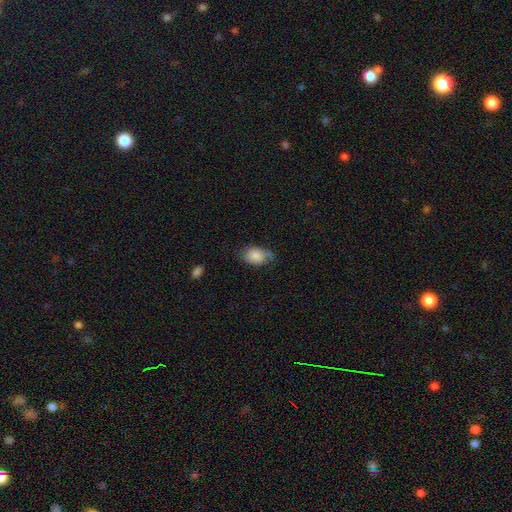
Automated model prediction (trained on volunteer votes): A smooth galaxy with no disk features (80%) that is in between round and cigar-shaped (82%).

Vote fractions:
- Smooth or featured? smooth: 80% / featured or disk: 12% / star or artifact: 8%
- How rounded? in between: 82% / round: 16% / cigar-shaped: 1%
- Merging? none: 53% / minor disturbance: 33% / major disturbance: 11% / merger: 3%